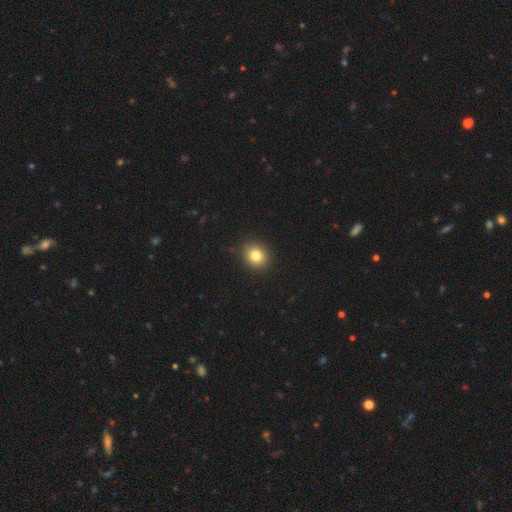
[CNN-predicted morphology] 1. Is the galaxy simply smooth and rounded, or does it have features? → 81% smooth, 11% star or artifact, 7% featured or disk.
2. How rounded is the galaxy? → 75% round, 24% in between, 1% cigar-shaped.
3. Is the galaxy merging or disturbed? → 89% none, 8% minor disturbance, 2% major disturbance, 1% merger.